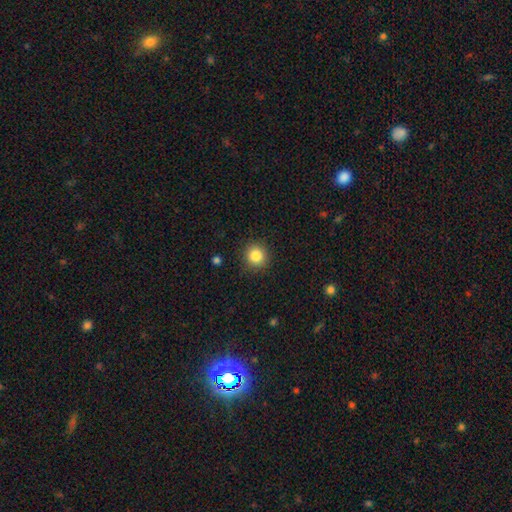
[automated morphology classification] This is clearly a smooth galaxy (84%). How rounded: clearly round (93%). Merging: clearly none (90%).